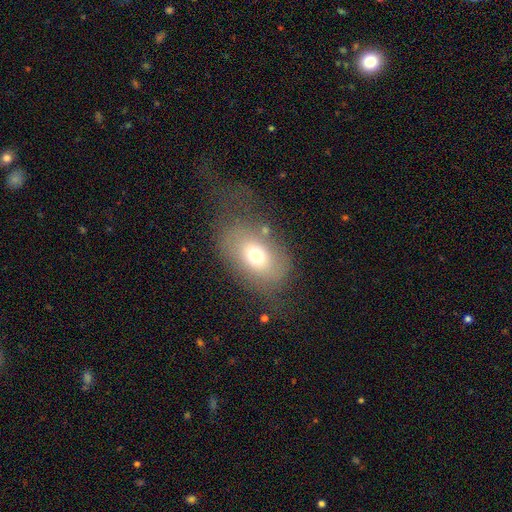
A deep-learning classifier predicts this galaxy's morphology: smooth-or-featured: smooth: 65% | featured or disk: 23% | star or artifact: 11%
  how-rounded: in between: 78% | round: 20% | cigar-shaped: 1%
  merging: none: 49% | major disturbance: 26% | minor disturbance: 22% | merger: 4%